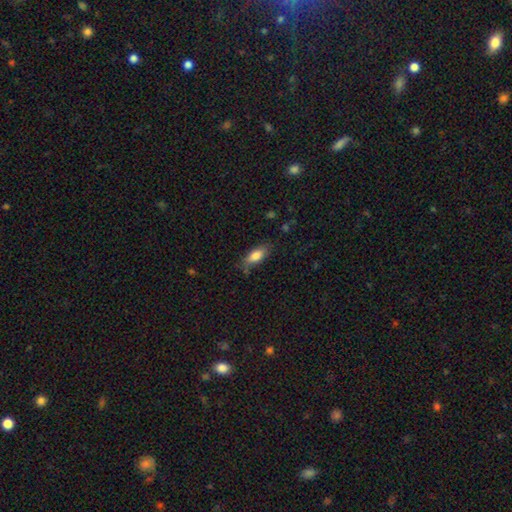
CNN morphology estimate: smooth-or-featured: smooth: 80% | featured or disk: 12% | star or artifact: 7%
  how-rounded: in between: 78% | cigar-shaped: 19% | round: 3%
  merging: none: 74% | minor disturbance: 20% | major disturbance: 5% | merger: 2%